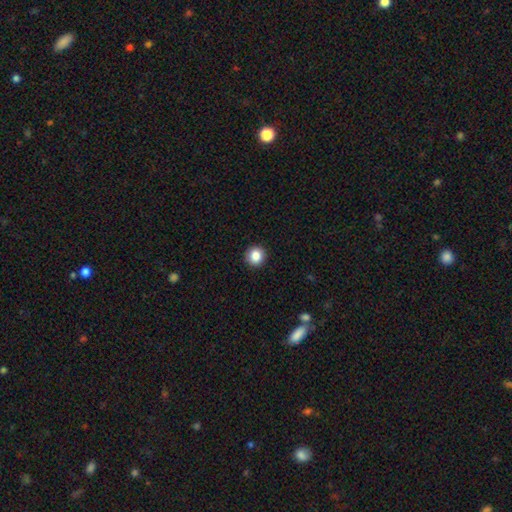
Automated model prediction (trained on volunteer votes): A smooth galaxy with no disk features (86%) that is round (94%).

Vote fractions:
- Smooth or featured? smooth: 86% / star or artifact: 10% / featured or disk: 5%
- How rounded? round: 94% / in between: 5% / cigar-shaped: 1%
- Merging? none: 92% / minor disturbance: 5% / major disturbance: 2% / merger: 1%